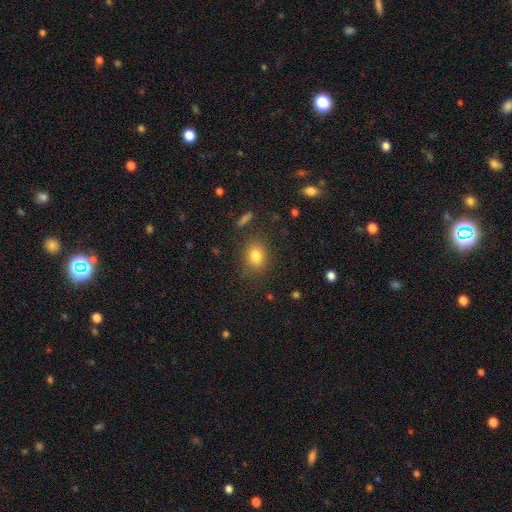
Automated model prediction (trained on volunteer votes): Q: Smooth or featured?
A: smooth (80%); runner-up: star or artifact (11%)
Q: How rounded?
A: in between (52%); runner-up: round (46%)
Q: Merging?
A: none (81%); runner-up: minor disturbance (13%)